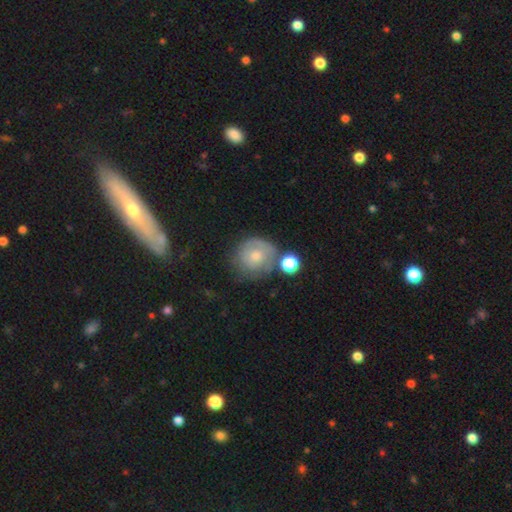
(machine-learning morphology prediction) Smooth or featured?
  - featured or disk: 45% *
  - smooth: 43%
  - star or artifact: 12%
Merging?
  - none: 61% *
  - minor disturbance: 21%
  - merger: 9%
  - major disturbance: 9%